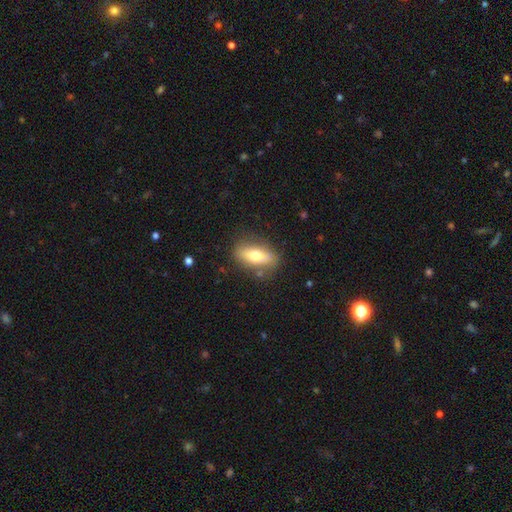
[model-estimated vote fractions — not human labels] smooth-or-featured: smooth: 59% | featured or disk: 34% | star or artifact: 7%
  how-rounded: in between: 72% | cigar-shaped: 23% | round: 5%
  merging: none: 79% | minor disturbance: 14% | major disturbance: 4% | merger: 3%